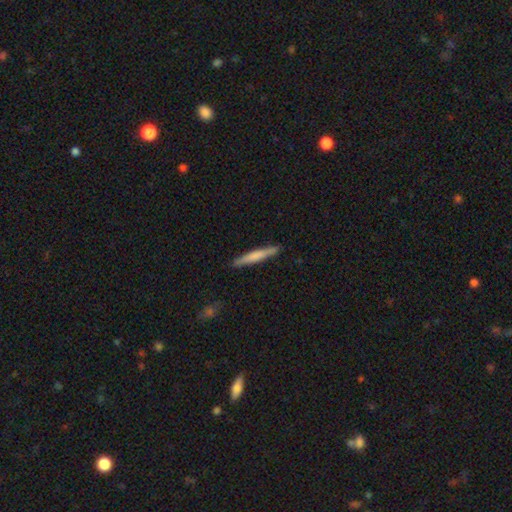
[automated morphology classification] smooth-or-featured: smooth: 62% | featured or disk: 33% | star or artifact: 5%
  how-rounded: cigar-shaped: 95% | in between: 4% | round: 1%
  merging: none: 89% | minor disturbance: 8% | major disturbance: 1% | merger: 1%